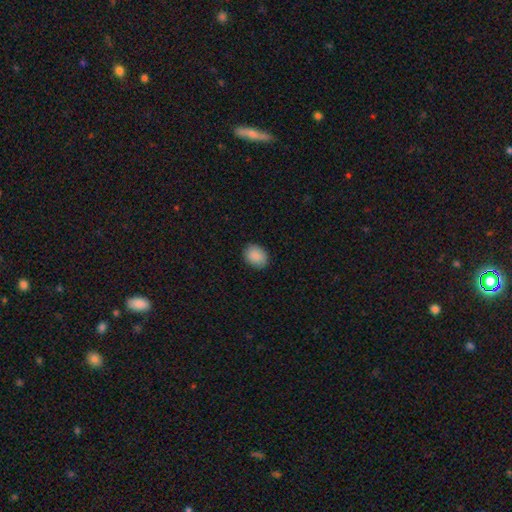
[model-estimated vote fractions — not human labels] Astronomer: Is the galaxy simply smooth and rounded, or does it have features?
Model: smooth — 90%.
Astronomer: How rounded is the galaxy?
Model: in between — 55% (runner-up: round, 44%).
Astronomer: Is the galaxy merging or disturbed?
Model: none — 88%.